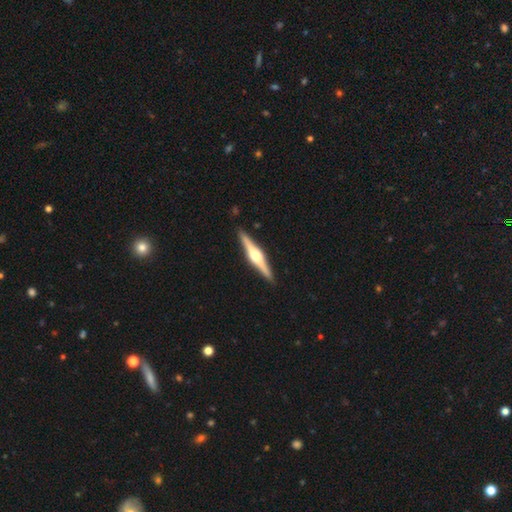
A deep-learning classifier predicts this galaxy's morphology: Overall: featured or disk (79%). Edge-on disk: yes (98%). Edge-on bulge: rounded (89%). Merging: none (91%).